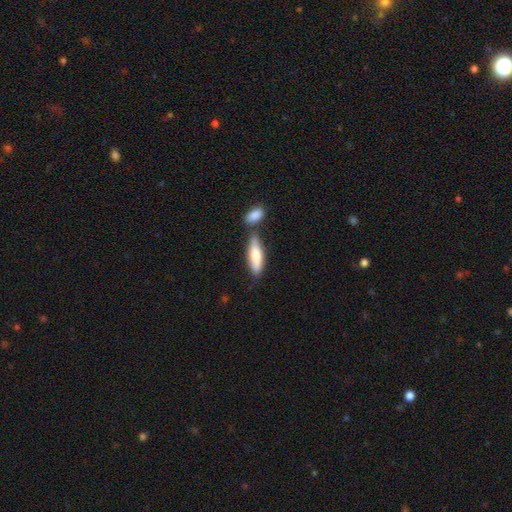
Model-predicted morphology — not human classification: Smooth or featured? Predicted: smooth (p=0.72). How rounded? Predicted: cigar-shaped (p=0.57). Merging? Predicted: none (p=0.59).